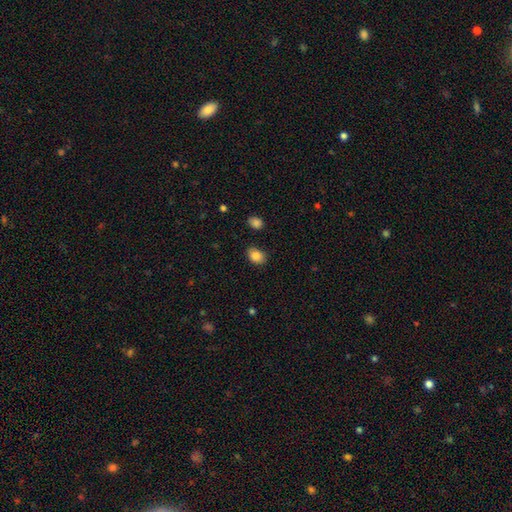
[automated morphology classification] Smooth or featured? smooth (86%)
How rounded? in between (67%)
Merging? none (80%)